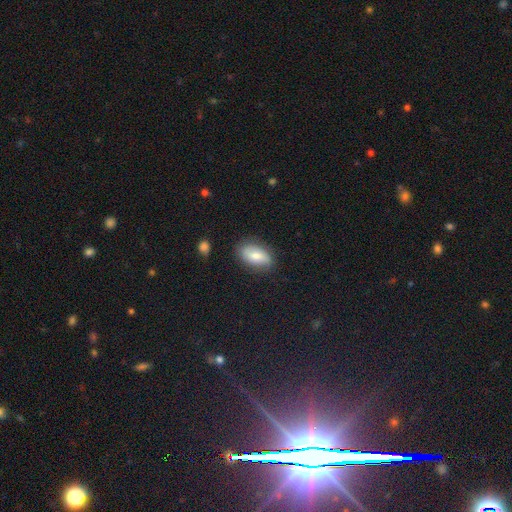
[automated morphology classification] smooth-or-featured: smooth: 73% | featured or disk: 20% | star or artifact: 7%
  how-rounded: in between: 91% | round: 5% | cigar-shaped: 4%
  merging: none: 79% | minor disturbance: 16% | major disturbance: 4% | merger: 2%